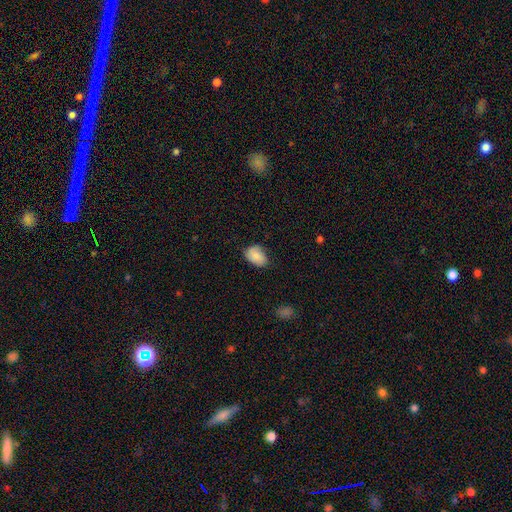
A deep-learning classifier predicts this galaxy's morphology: type=smooth (83%); roundness=in between (80%); merging=none (68%).